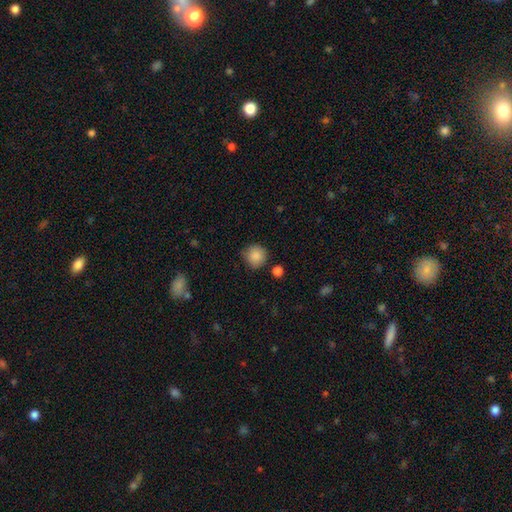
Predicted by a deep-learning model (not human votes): smooth 86%, star or artifact 9%, featured or disk 4%. Down the decision tree: how rounded — round (92%); merging — none (78%).